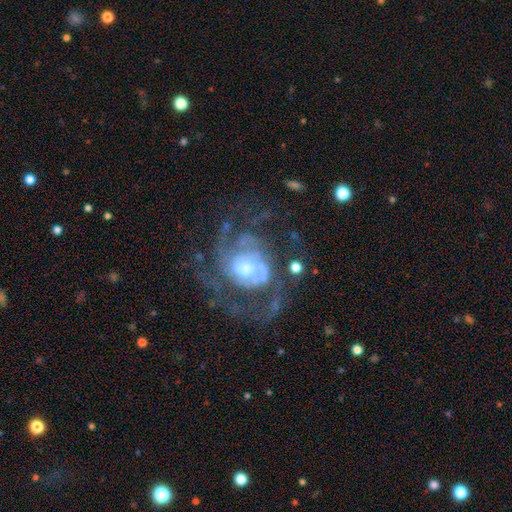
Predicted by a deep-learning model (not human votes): Smooth or featured? featured or disk (82%)
Edge-on disk? no (97%)
Bar? no (65%)
Spiral arms? yes (91%)
Spiral winding? tight (49%)
Spiral arm count? 2 (42%)
Bulge size? moderate (45%)
Merging? none (67%)